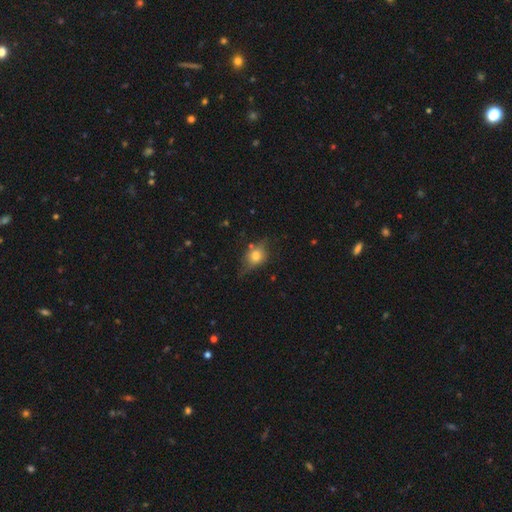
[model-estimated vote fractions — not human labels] smooth 67%, featured or disk 23%, star or artifact 10%. Down the decision tree: how rounded — in between (55%); merging — none (61%).